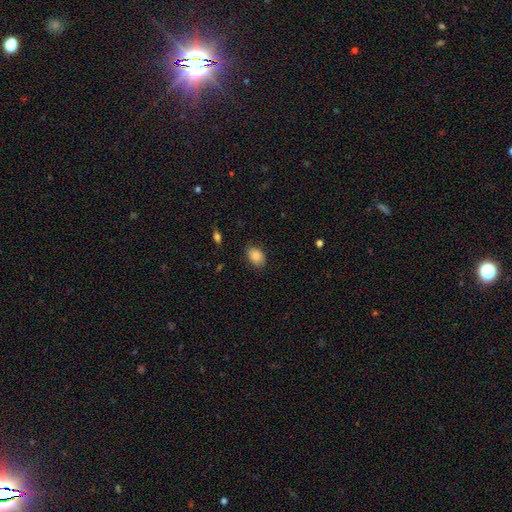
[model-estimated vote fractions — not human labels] Smooth or featured? Predicted: smooth (p=0.85). How rounded? Predicted: in between (p=0.81). Merging? Predicted: none (p=0.80).